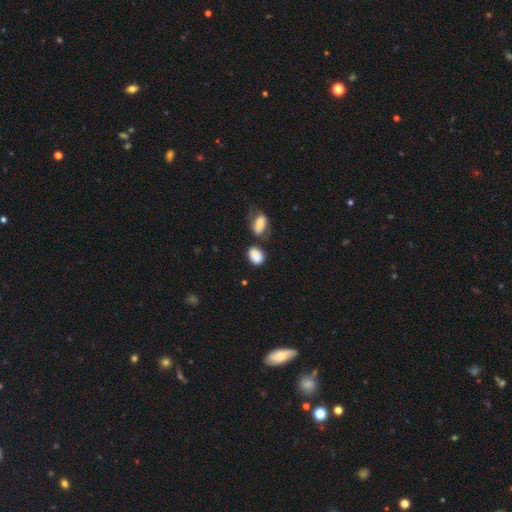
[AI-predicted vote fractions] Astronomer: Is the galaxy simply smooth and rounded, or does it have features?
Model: smooth — 86%.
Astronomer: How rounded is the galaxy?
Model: in between — 74%.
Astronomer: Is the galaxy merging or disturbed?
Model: none — 57%.